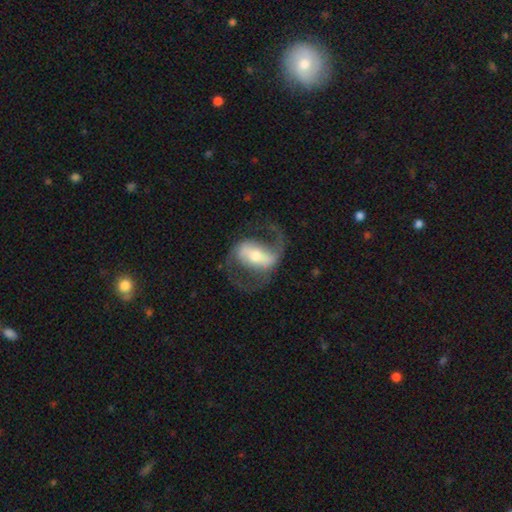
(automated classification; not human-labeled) A featured or disk galaxy (84%) with a strong bar (58%), 2 (89%) medium (49%) spiral arms (90%) and a moderate central bulge (50%). Merging: none (68%).